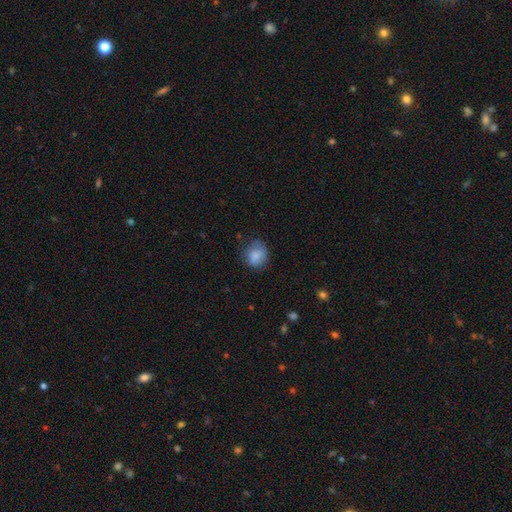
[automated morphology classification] This appears to be a smooth galaxy with no disk features (82%) that is round (71%). Merging: none (65%).